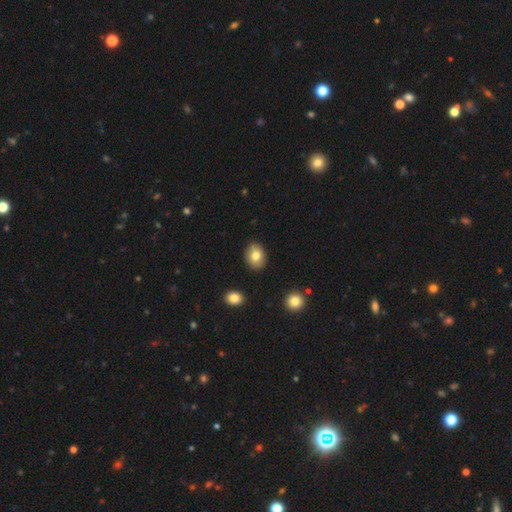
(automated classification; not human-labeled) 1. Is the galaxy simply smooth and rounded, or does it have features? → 80% smooth, 12% featured or disk, 8% star or artifact.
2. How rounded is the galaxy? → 63% in between, 36% round, 1% cigar-shaped.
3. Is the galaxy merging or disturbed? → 88% none, 8% minor disturbance, 2% major disturbance, 2% merger.